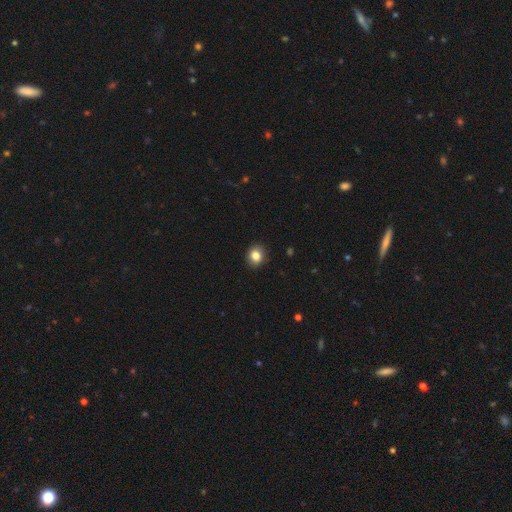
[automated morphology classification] smooth 84%, star or artifact 10%, featured or disk 6%. Down the decision tree: how rounded — round (70%); merging — none (90%).